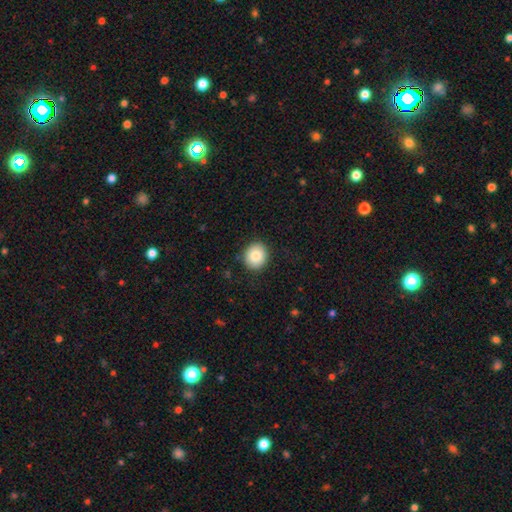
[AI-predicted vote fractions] smooth 84%, star or artifact 8%, featured or disk 8%. Down the decision tree: how rounded — round (79%); merging — none (88%).